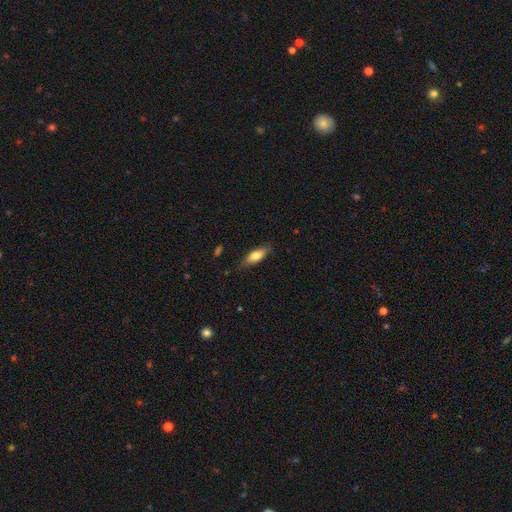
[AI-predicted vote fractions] smooth-or-featured: smooth: 73% | featured or disk: 21% | star or artifact: 7%
  how-rounded: in between: 68% | cigar-shaped: 30% | round: 3%
  merging: none: 76% | minor disturbance: 19% | major disturbance: 4% | merger: 1%